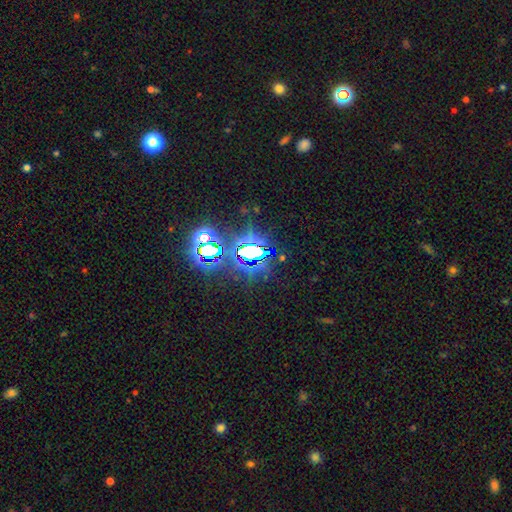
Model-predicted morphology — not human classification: Overall: star or artifact (76%).